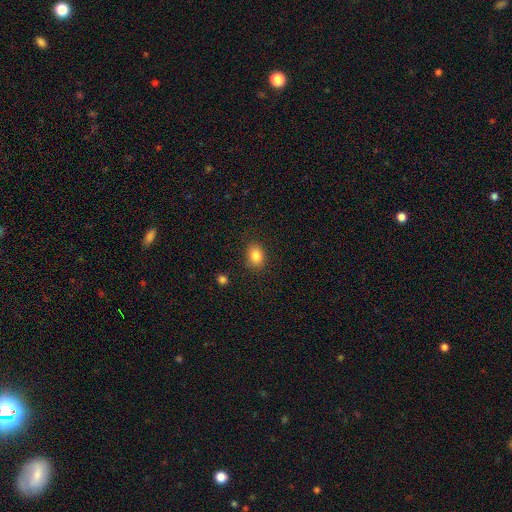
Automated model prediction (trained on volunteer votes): smooth-or-featured: smooth: 84% | star or artifact: 9% | featured or disk: 6%
  how-rounded: in between: 62% | round: 37% | cigar-shaped: 1%
  merging: none: 86% | minor disturbance: 10% | major disturbance: 3% | merger: 2%